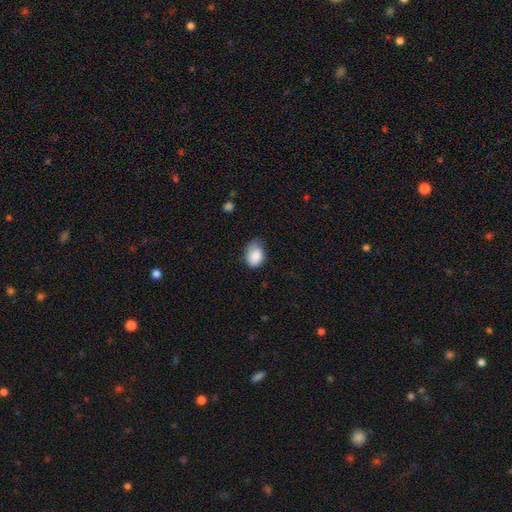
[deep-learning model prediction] Overall: smooth (85%). How rounded: in between (75%). Merging: none (54%; minor disturbance 36%).